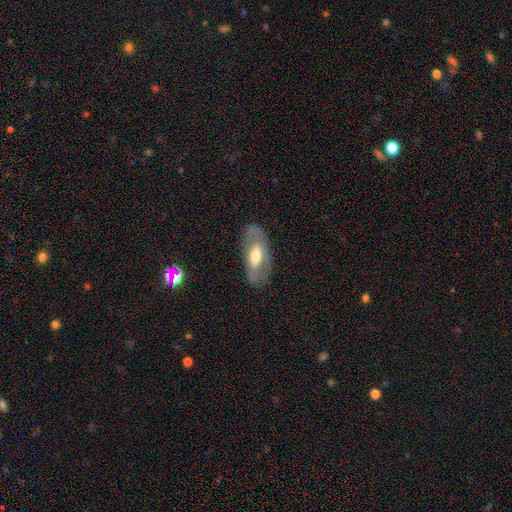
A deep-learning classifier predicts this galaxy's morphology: This is possibly a featured or disk galaxy (55%). It is clearly not viewed edge-on (82%). Merging: likely none (79%).